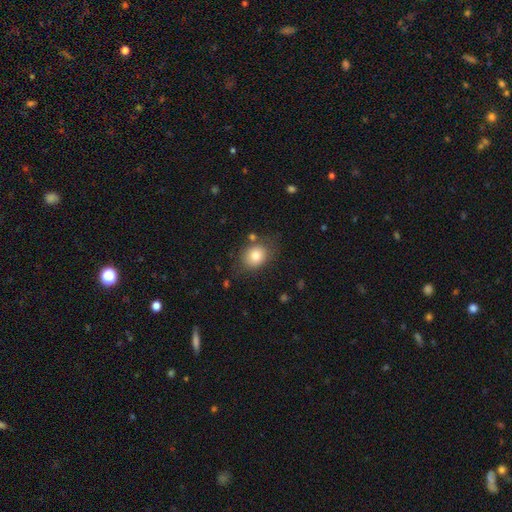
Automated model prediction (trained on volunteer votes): Overall: smooth (79%). How rounded: round (55%; in between 44%). Merging: none (73%).